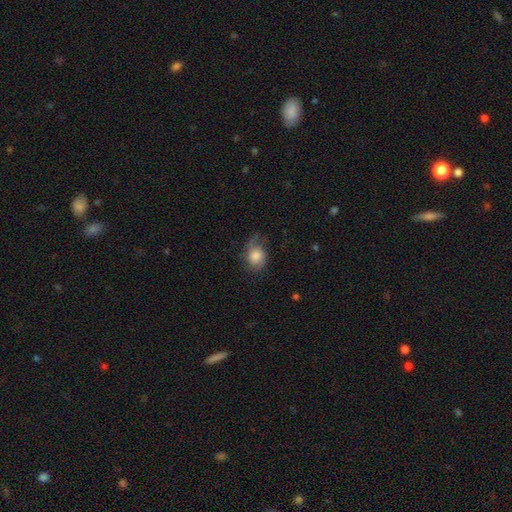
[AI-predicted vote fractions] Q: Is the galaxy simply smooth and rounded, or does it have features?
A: smooth — 55%.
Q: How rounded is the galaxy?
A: in between — 51%.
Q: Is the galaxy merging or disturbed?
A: none — 46%.